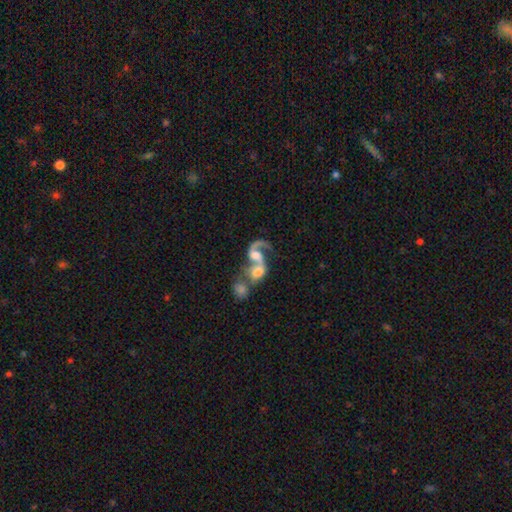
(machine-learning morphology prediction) This is likely a featured or disk galaxy (71%). It is clearly not viewed edge-on (96%). Bar: likely no (61%). Spiral arm pattern: clearly yes (82%). Spiral arm count: possibly 2 (53%). Spiral winding: likely loose (61%). Central bulge: marginally moderate (43%). Merging: likely merger (73%).